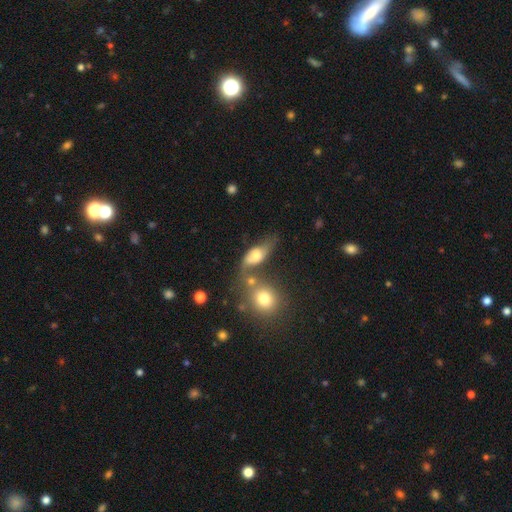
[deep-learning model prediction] Smooth or featured?
  - smooth: 53% *
  - featured or disk: 36%
  - star or artifact: 10%
How rounded?
  - in between: 74% *
  - round: 16%
  - cigar-shaped: 10%
Merging?
  - none: 33% *
  - merger: 31%
  - minor disturbance: 19%
  - major disturbance: 16%